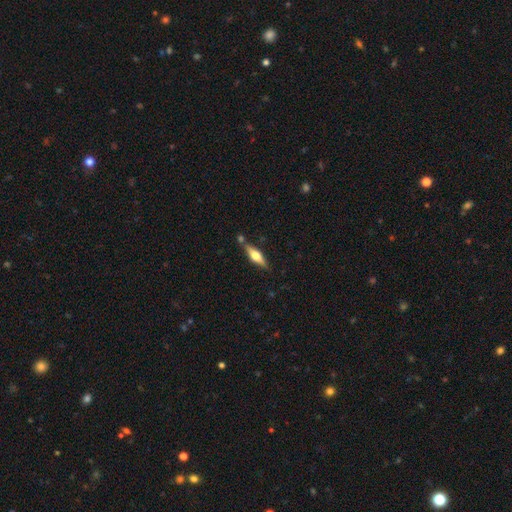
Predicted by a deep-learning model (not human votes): Smooth or featured: featured or disk — 53% (smooth — 41%)
Edge-on disk: yes — 94% (no — 6%)
Merging: none — 73% (minor disturbance — 14%)